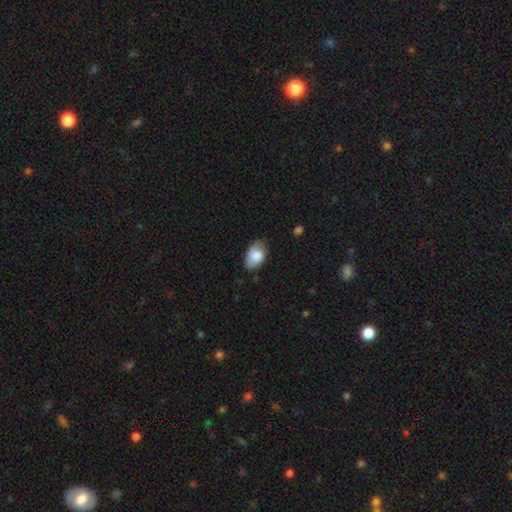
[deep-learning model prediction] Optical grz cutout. It shows a smooth galaxy with no disk features (81%) that is in between round and cigar-shaped (90%). Merging: none (64%).